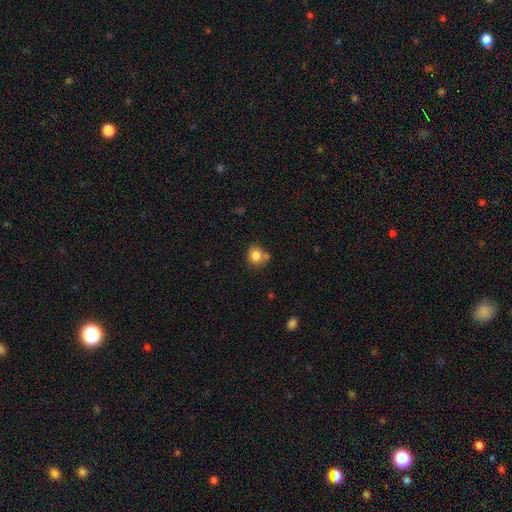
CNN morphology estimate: smooth-or-featured: smooth: 82% | star or artifact: 10% | featured or disk: 8%
  how-rounded: round: 76% | in between: 23% | cigar-shaped: 1%
  merging: none: 59% | merger: 19% | minor disturbance: 17% | major disturbance: 5%